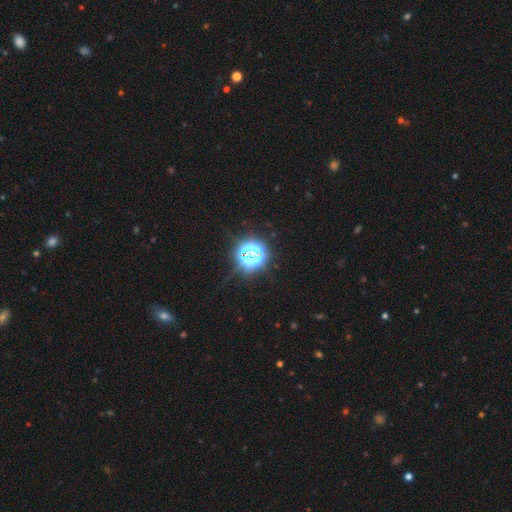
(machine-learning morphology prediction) A star or artifact, not a galaxy (73%).